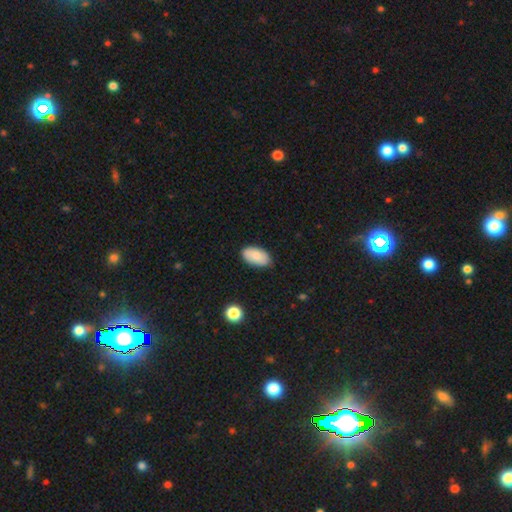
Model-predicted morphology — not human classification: This is clearly a smooth galaxy (81%). How rounded: clearly in between (94%). Merging: clearly none (82%).